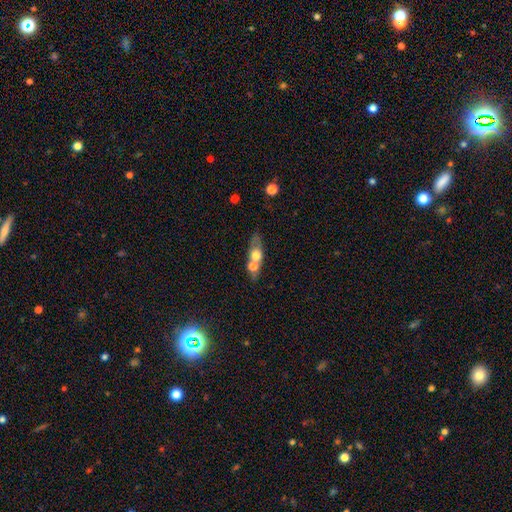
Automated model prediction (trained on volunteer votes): A smooth galaxy with no disk features (53%) that is in between round and cigar-shaped (49%).

Vote fractions:
- Smooth or featured? smooth: 53% / featured or disk: 38% / star or artifact: 9%
- How rounded? in between: 49% / cigar-shaped: 27% / round: 24%
- Merging? merger: 48% / none: 37% / minor disturbance: 10% / major disturbance: 5%